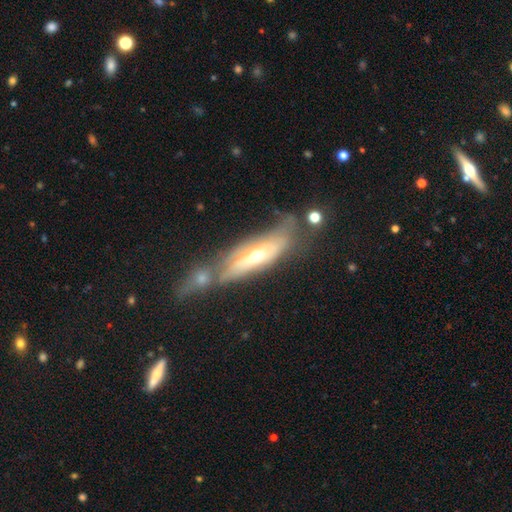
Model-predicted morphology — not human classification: The model was most divided on "edge-on disk": no: 54%, yes: 46%. Remaining: smooth or featured — featured or disk (65%); merging — none (40%).